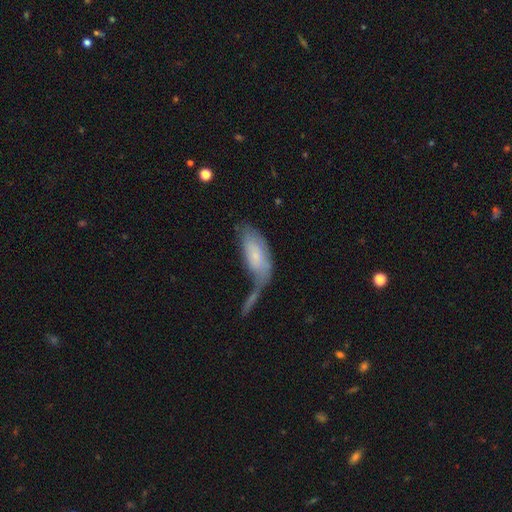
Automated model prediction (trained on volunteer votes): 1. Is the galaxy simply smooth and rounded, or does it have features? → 67% smooth, 26% featured or disk, 7% star or artifact.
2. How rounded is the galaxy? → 85% in between, 13% cigar-shaped, 2% round.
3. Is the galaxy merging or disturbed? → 38% merger, 25% none, 19% major disturbance, 18% minor disturbance.